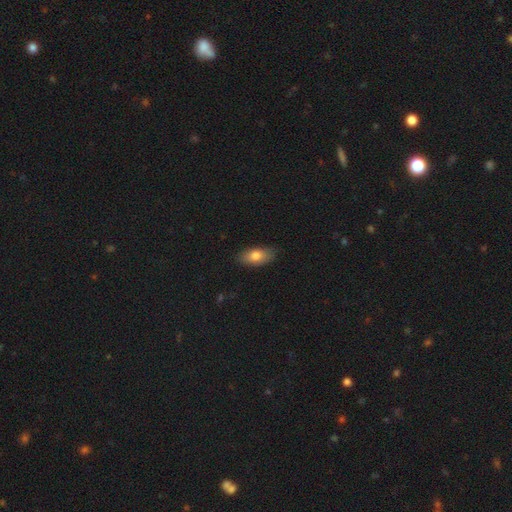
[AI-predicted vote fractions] Smooth or featured? smooth (78%)
How rounded? in between (87%)
Merging? none (83%)